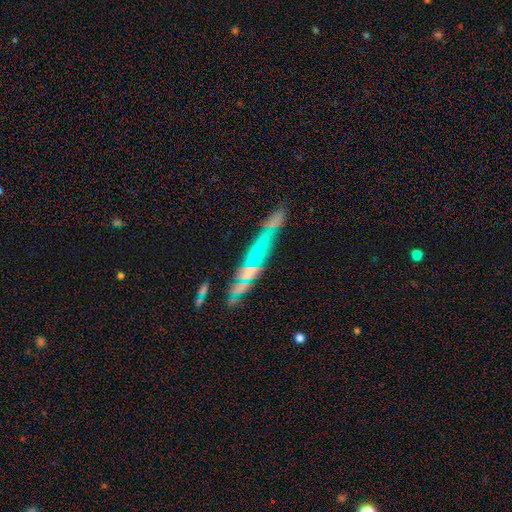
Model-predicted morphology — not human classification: Smooth or featured: featured or disk — 42% (smooth — 35%)
Merging: none — 62% (minor disturbance — 16%)